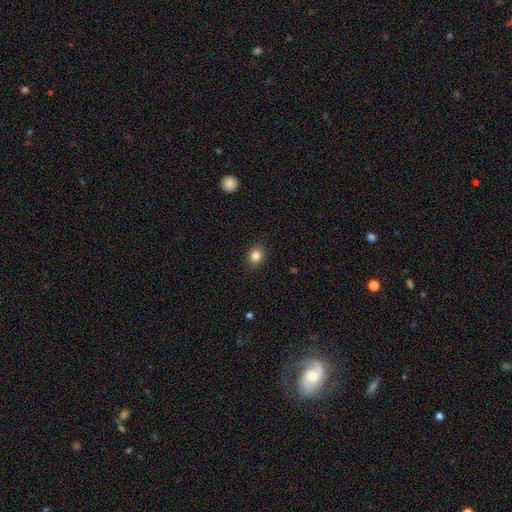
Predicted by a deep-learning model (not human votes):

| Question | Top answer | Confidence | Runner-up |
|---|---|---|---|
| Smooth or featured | smooth | 84% | star or artifact (11%) |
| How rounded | round | 60% | in between (39%) |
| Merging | none | 89% | minor disturbance (8%) |